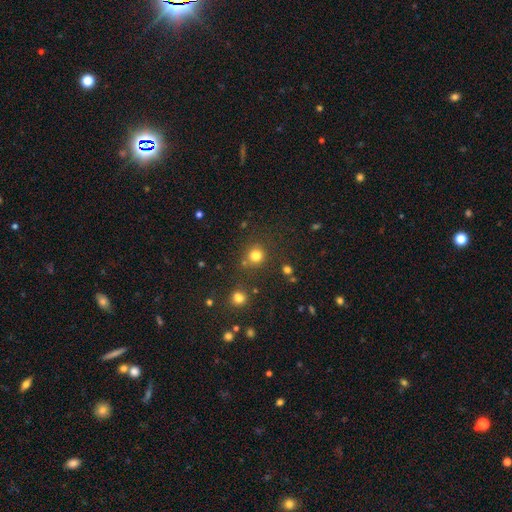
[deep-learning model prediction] Q: Smooth or featured?
A: smooth (78%); runner-up: star or artifact (16%)
Q: How rounded?
A: round (90%); runner-up: in between (9%)
Q: Merging?
A: none (77%); runner-up: merger (10%)